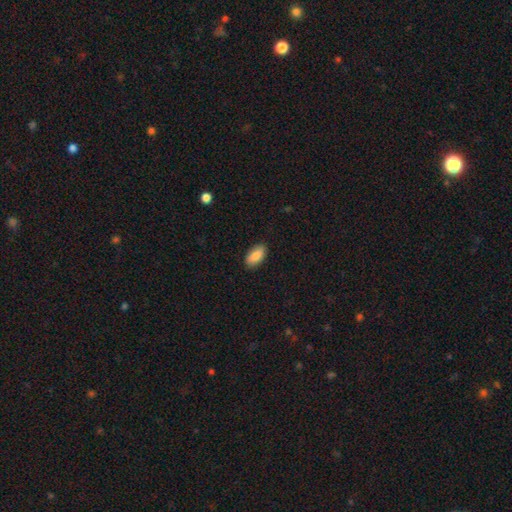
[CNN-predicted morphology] A smooth galaxy with no disk features (85%) that is in between round and cigar-shaped (93%). Merging: none (87%).